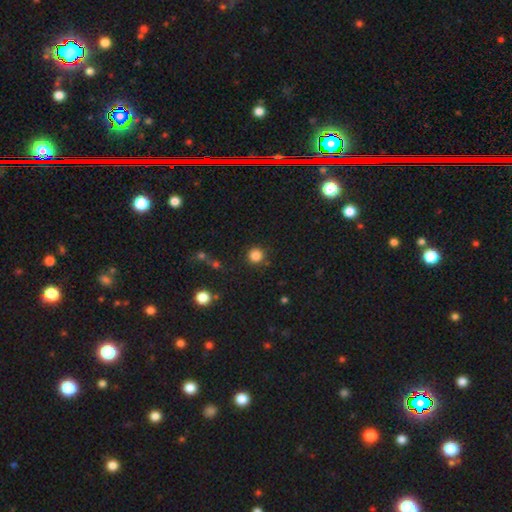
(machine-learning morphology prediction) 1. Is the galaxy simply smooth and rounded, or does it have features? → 84% smooth, 12% star or artifact, 4% featured or disk.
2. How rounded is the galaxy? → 95% round, 4% in between, 1% cigar-shaped.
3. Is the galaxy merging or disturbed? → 89% none, 6% minor disturbance, 2% major disturbance, 2% merger.